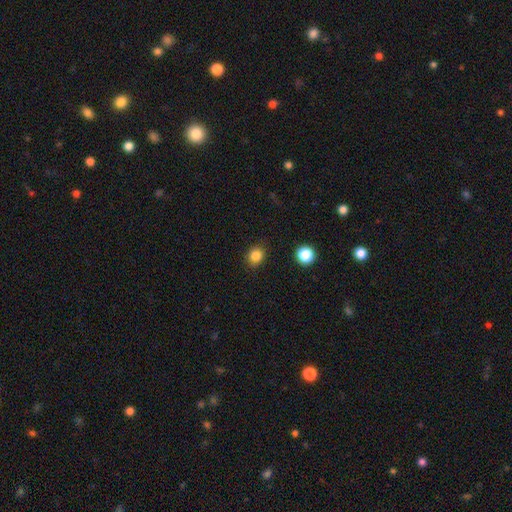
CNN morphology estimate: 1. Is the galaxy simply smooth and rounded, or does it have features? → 84% smooth, 11% star or artifact, 5% featured or disk.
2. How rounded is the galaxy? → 63% round, 36% in between, 1% cigar-shaped.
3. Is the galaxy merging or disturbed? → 86% none, 10% minor disturbance, 3% major disturbance, 2% merger.